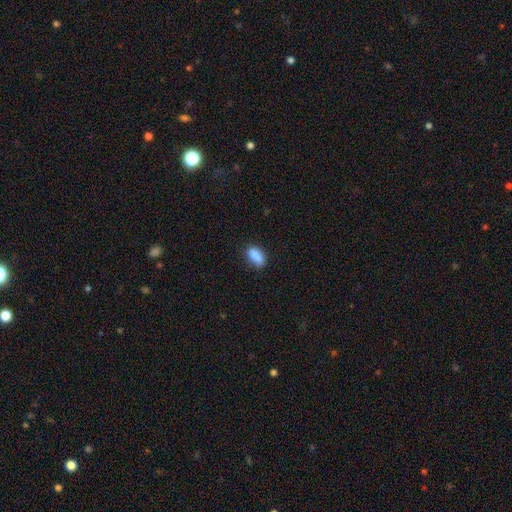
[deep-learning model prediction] Smooth or featured: smooth — 87% (star or artifact — 8%)
How rounded: in between — 88% (cigar-shaped — 7%)
Merging: none — 76% (minor disturbance — 18%)